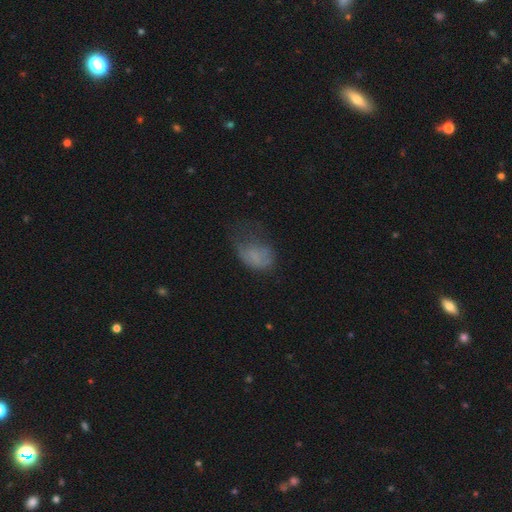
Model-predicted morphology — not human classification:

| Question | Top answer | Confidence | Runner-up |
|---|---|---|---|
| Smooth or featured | smooth | 62% | featured or disk (24%) |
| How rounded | in between | 81% | round (17%) |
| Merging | major disturbance | 43% | minor disturbance (29%) |